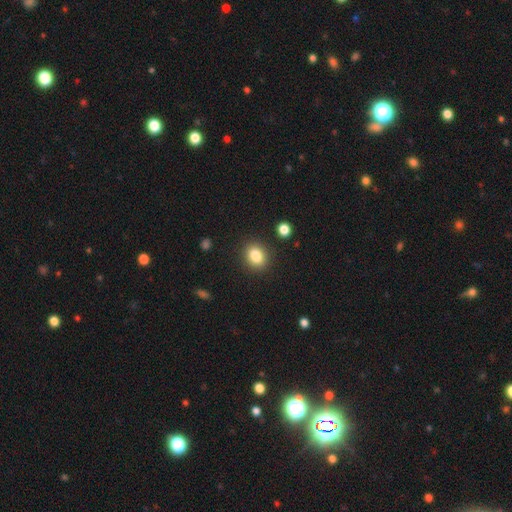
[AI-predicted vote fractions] Morphology: type=smooth (84%); roundness=round (52%); merging=none (88%).